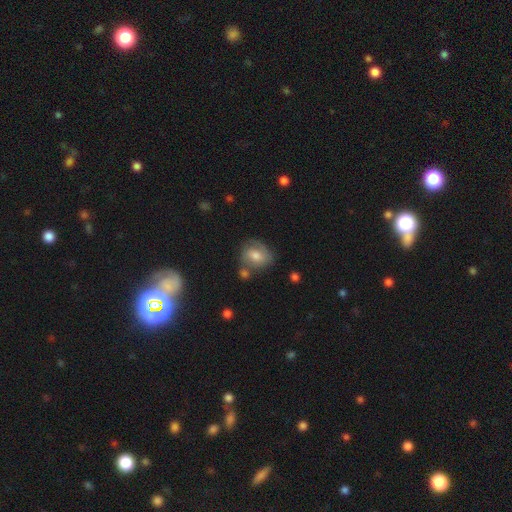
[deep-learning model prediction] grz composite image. It shows a smooth galaxy with no disk features (58%) that is round (57%). Merging: none (56%).